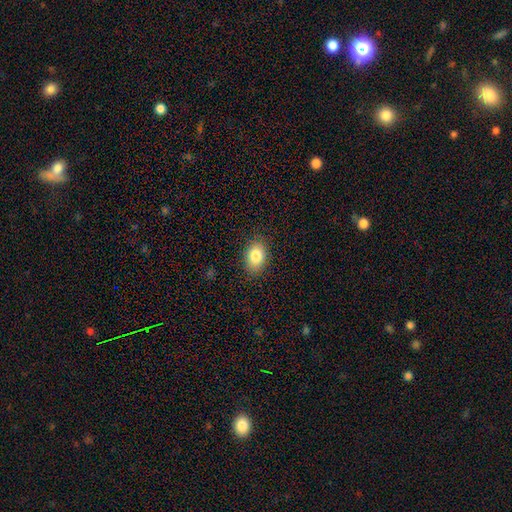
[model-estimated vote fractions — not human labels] smooth-or-featured: smooth: 83% | featured or disk: 9% | star or artifact: 8%
  how-rounded: in between: 85% | round: 14% | cigar-shaped: 1%
  merging: none: 86% | minor disturbance: 10% | major disturbance: 3% | merger: 1%